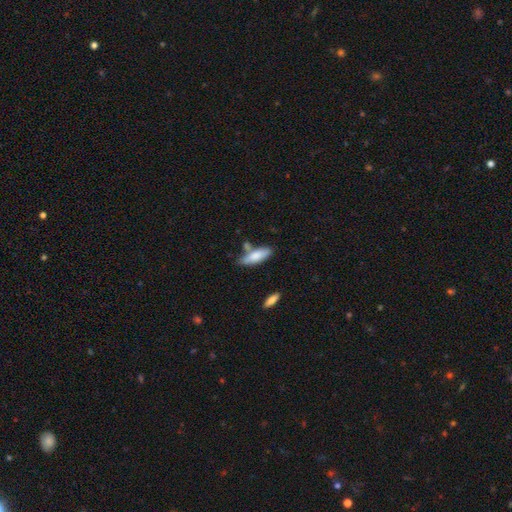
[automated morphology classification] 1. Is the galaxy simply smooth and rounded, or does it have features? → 78% smooth, 16% featured or disk, 6% star or artifact.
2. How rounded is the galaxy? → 52% in between, 46% cigar-shaped, 2% round.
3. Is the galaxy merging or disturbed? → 61% none, 20% minor disturbance, 14% merger, 5% major disturbance.